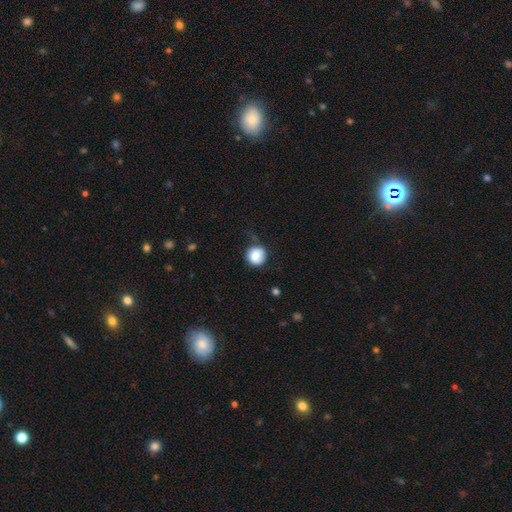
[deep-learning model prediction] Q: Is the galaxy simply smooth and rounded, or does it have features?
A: smooth — 84%.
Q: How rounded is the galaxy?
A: round — 90%.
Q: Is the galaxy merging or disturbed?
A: none — 60%.